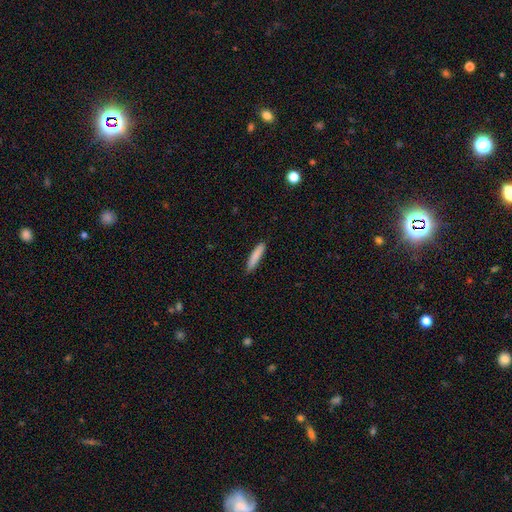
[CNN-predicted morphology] A smooth galaxy with no disk features (85%) that is cigar-shaped (84%).

Vote fractions:
- Smooth or featured? smooth: 85% / featured or disk: 9% / star or artifact: 6%
- How rounded? cigar-shaped: 84% / in between: 15% / round: 1%
- Merging? none: 85% / minor disturbance: 12% / major disturbance: 2% / merger: 1%